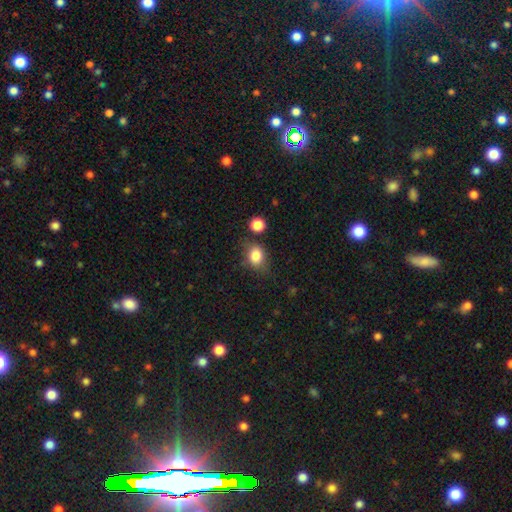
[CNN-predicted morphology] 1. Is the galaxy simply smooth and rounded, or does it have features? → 83% smooth, 10% star or artifact, 7% featured or disk.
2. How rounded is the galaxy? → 54% in between, 45% round, 1% cigar-shaped.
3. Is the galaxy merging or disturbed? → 66% none, 20% minor disturbance, 7% merger, 6% major disturbance.